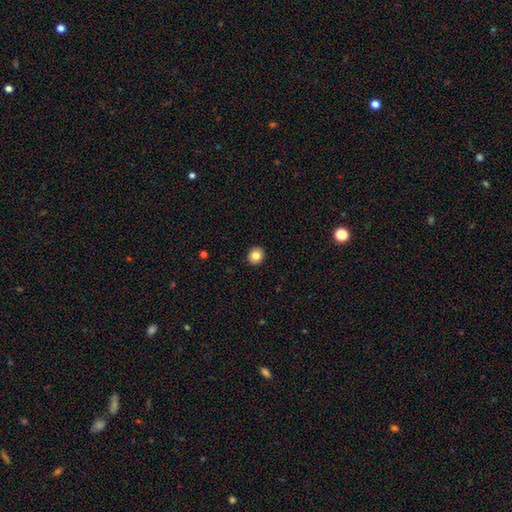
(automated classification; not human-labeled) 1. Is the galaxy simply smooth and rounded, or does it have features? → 83% smooth, 10% star or artifact, 7% featured or disk.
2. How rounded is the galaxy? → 86% round, 13% in between, 1% cigar-shaped.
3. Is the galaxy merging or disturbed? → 93% none, 5% minor disturbance, 1% major disturbance, 1% merger.